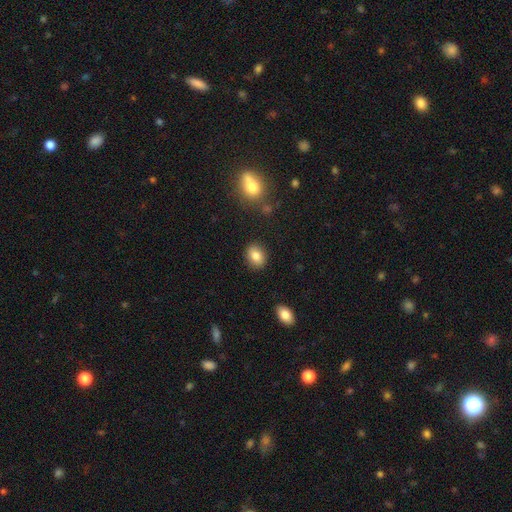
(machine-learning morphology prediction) smooth 83%, star or artifact 9%, featured or disk 8%. Down the decision tree: how rounded — in between (60%); merging — none (88%).